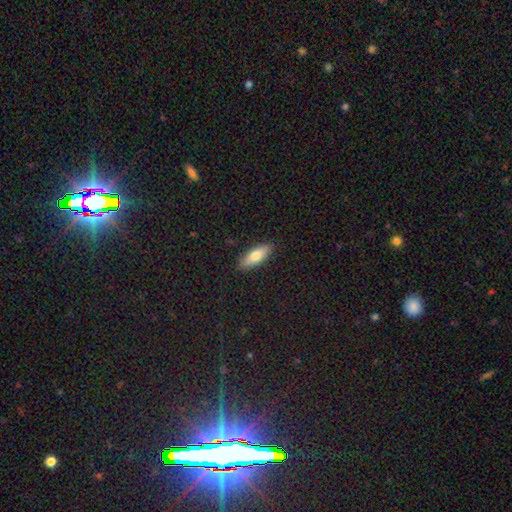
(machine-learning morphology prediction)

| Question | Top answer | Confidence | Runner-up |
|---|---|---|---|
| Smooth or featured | smooth | 76% | featured or disk (18%) |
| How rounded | in between | 64% | cigar-shaped (33%) |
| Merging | none | 89% | minor disturbance (8%) |